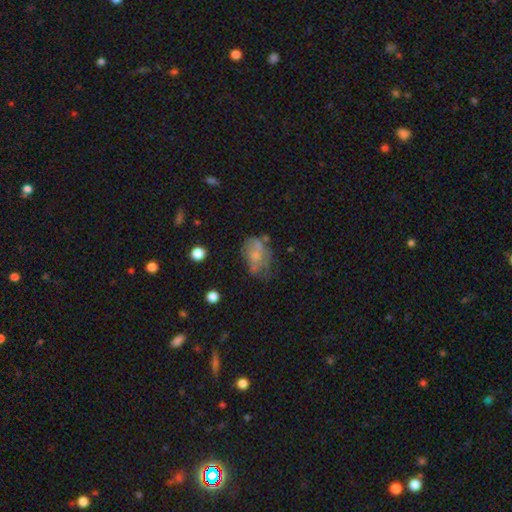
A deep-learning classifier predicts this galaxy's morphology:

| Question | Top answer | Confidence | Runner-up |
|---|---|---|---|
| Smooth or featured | smooth | 48% | featured or disk (38%) |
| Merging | none | 41% | minor disturbance (28%) |